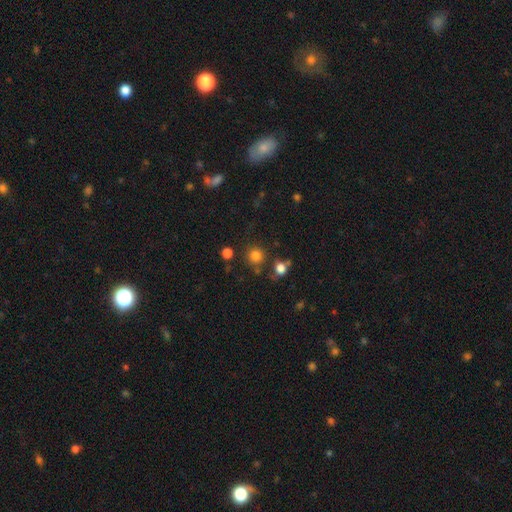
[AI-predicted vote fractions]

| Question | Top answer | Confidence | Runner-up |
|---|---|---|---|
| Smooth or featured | smooth | 80% | star or artifact (15%) |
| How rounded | round | 92% | in between (7%) |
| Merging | none | 79% | minor disturbance (9%) |